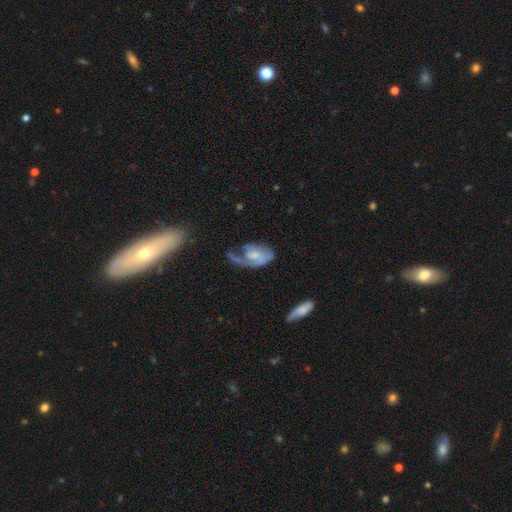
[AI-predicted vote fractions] Smooth or featured? Predicted: featured or disk (p=0.68). Edge-on disk? Predicted: no (p=0.96). Bar? Predicted: no (p=0.57). Spiral arms? Predicted: yes (p=0.82). Spiral winding? Predicted: medium (p=0.39). Spiral arm count? Predicted: 1 (p=0.55). Bulge size? Predicted: small (p=0.43). Merging? Predicted: major disturbance (p=0.42).